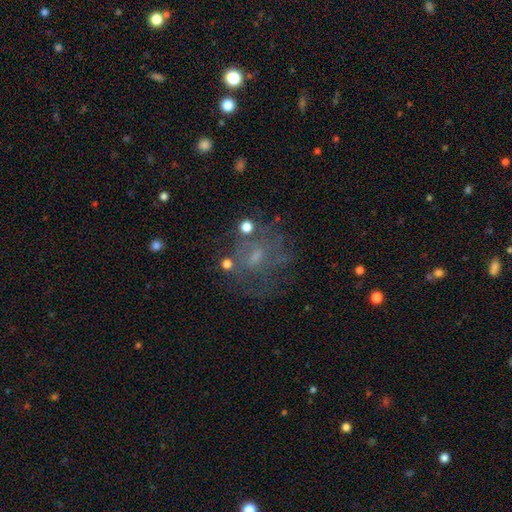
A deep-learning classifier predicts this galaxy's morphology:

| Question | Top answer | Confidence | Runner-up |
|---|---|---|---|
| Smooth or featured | featured or disk | 51% | smooth (28%) |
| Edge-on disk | no | 96% | yes (4%) |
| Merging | none | 59% | major disturbance (18%) |